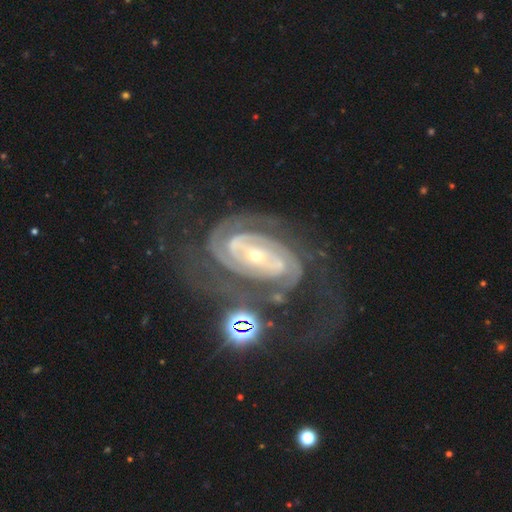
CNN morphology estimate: A featured or disk galaxy (91%) with no bar (41%), 2 (67%) tight (72%) spiral arms (98%) and a small central bulge (71%). Merging: none (55%).